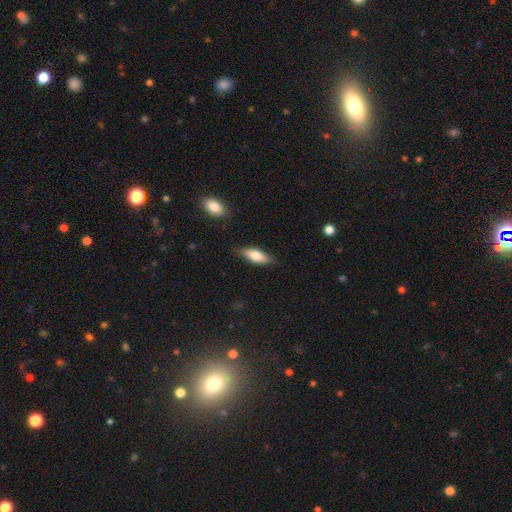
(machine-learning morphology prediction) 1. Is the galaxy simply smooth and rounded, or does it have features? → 73% smooth, 21% featured or disk, 6% star or artifact.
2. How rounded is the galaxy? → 69% in between, 29% cigar-shaped, 2% round.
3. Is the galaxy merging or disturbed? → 81% none, 15% minor disturbance, 3% major disturbance, 2% merger.